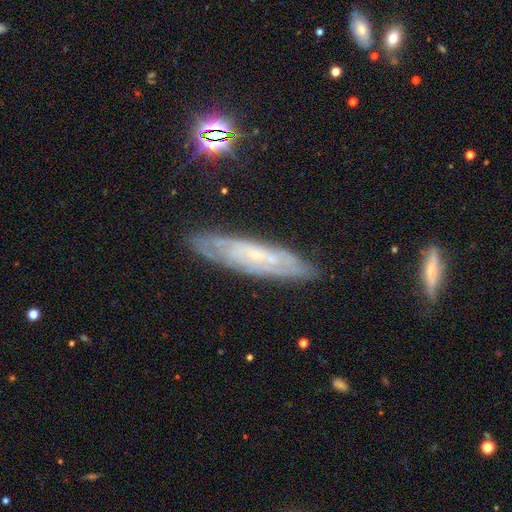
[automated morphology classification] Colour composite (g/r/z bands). It shows a featured or disk galaxy (68%). Merging: none (81%).